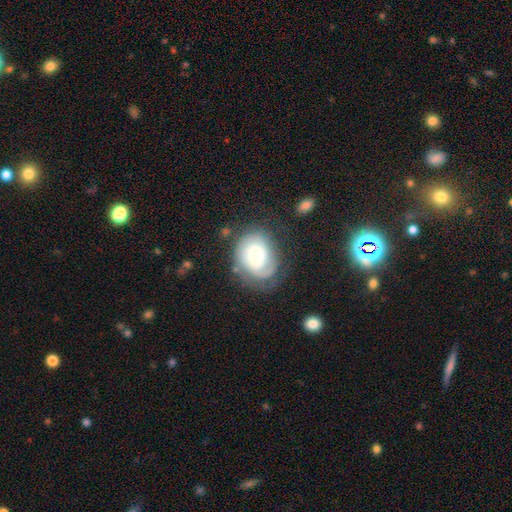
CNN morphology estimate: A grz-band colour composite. It shows a featured or disk galaxy (66%) with no bar (58%), 2 (43%) tight (60%) spiral arms (88%) and a moderate central bulge (61%). Merging: none (64%).